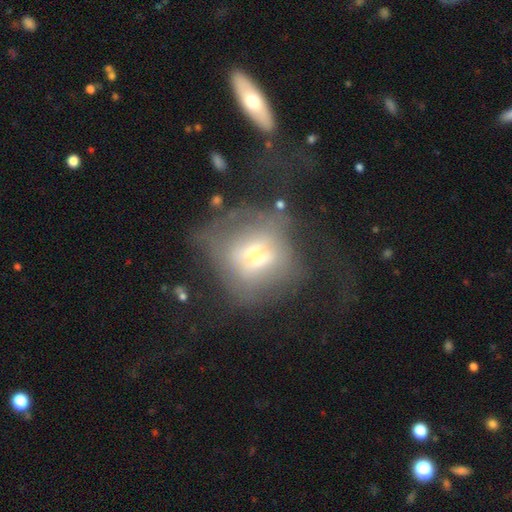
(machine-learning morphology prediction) Smooth or featured?
  - featured or disk: 45% *
  - smooth: 41%
  - star or artifact: 14%
Merging?
  - major disturbance: 38% *
  - none: 32%
  - minor disturbance: 19%
  - merger: 11%